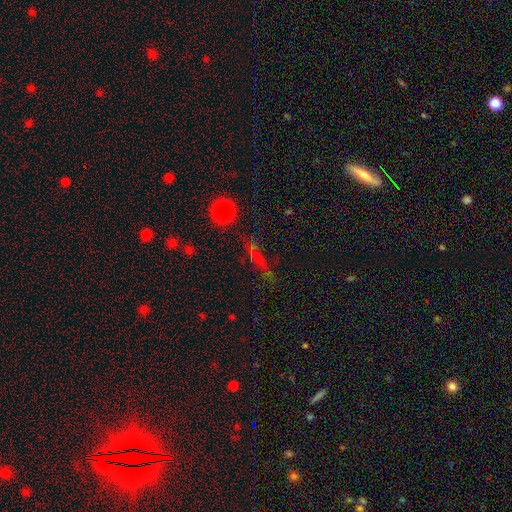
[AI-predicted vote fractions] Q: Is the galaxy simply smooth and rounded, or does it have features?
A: star or artifact — 44%.